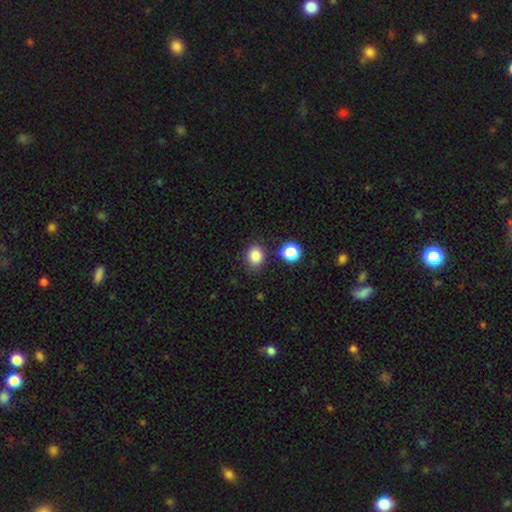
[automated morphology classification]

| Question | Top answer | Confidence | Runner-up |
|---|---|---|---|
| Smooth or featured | smooth | 84% | star or artifact (12%) |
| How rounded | round | 63% | in between (36%) |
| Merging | none | 78% | minor disturbance (12%) |